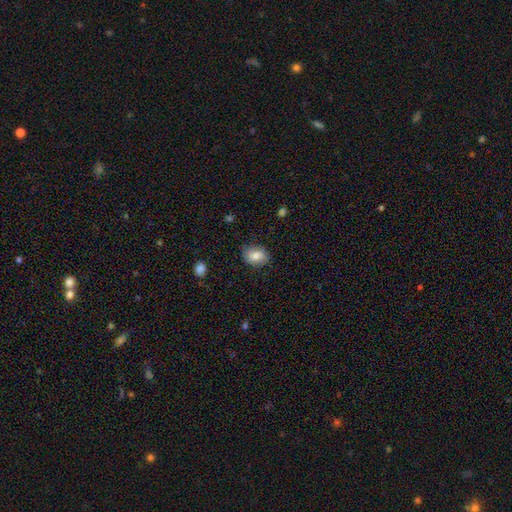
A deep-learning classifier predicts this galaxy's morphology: smooth_or_featured: smooth (p=0.80) [alt: featured or disk p=0.12]
how_rounded: in between (p=0.66) [alt: round p=0.33]
merging: none (p=0.81) [alt: minor disturbance p=0.15]